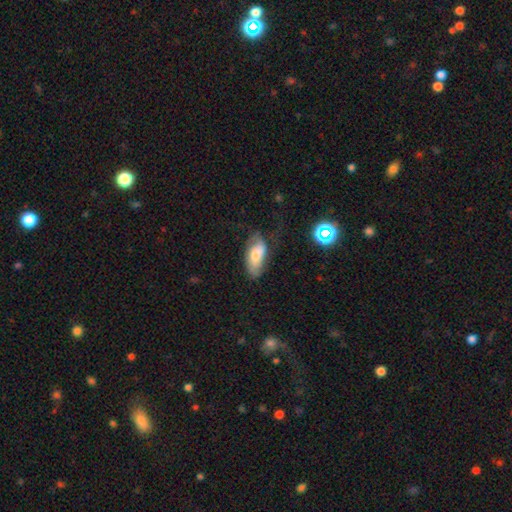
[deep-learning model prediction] Smooth or featured? smooth (65%)
How rounded? in between (87%)
Merging? none (48%)